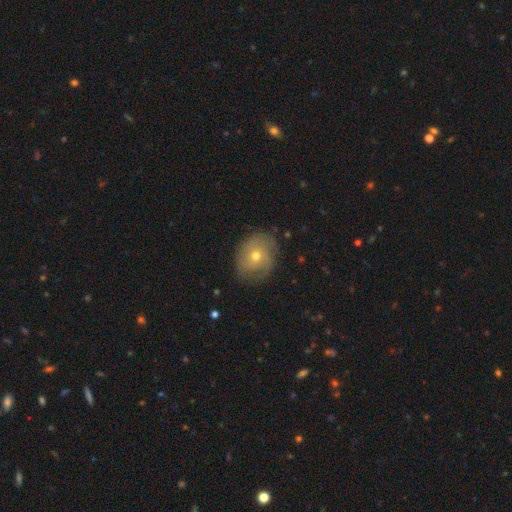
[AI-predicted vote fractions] Smooth or featured?
  - featured or disk: 60% *
  - smooth: 32%
  - star or artifact: 8%
Edge-on disk?
  - no: 96% *
  - yes: 4%
Bar?
  - no: 81% *
  - weak: 16%
  - strong: 3%
Spiral arms?
  - yes: 78% *
  - no: 22%
Bulge size?
  - moderate: 57% *
  - small: 39%
  - large: 2%
  - none: 1%
  - dominant: 1%
Merging?
  - none: 72% *
  - minor disturbance: 20%
  - major disturbance: 7%
  - merger: 1%